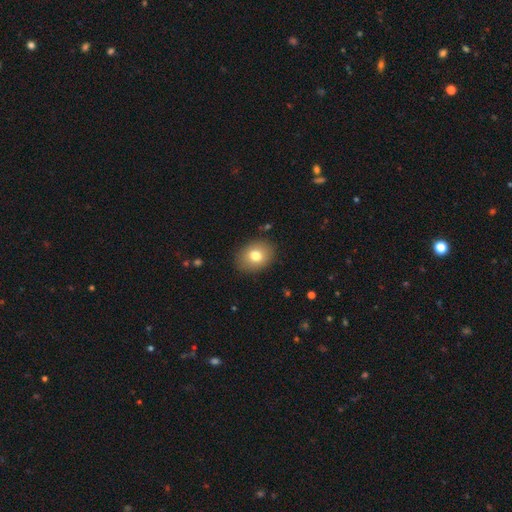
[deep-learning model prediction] Q: Smooth or featured?
A: smooth (77%); runner-up: featured or disk (14%)
Q: How rounded?
A: in between (57%); runner-up: round (42%)
Q: Merging?
A: none (87%); runner-up: minor disturbance (9%)